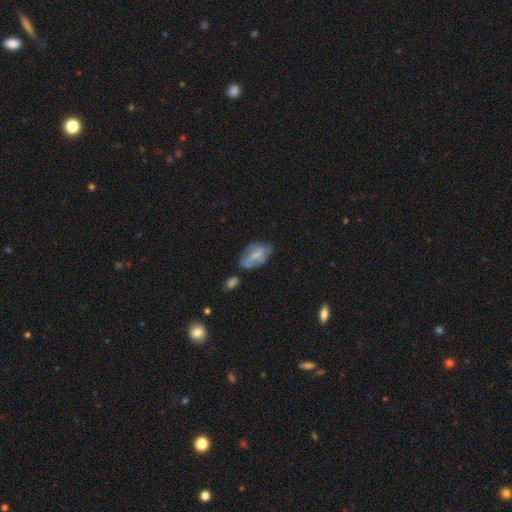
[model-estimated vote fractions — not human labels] Smooth or featured? featured or disk (47%)
Merging? none (51%)